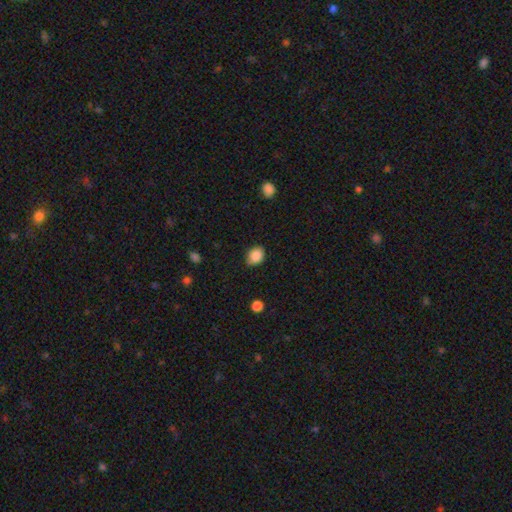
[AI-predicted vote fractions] Smooth or featured? Predicted: smooth (p=0.88). How rounded? Predicted: in between (p=0.57). Merging? Predicted: none (p=0.74).